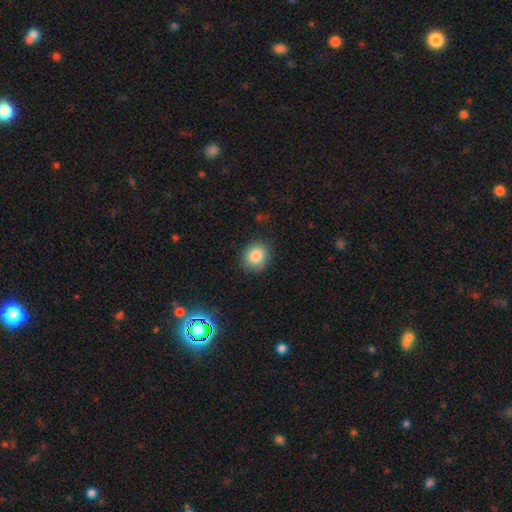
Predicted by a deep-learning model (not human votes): A smooth galaxy with no disk features (85%) that is round (68%).

Vote fractions:
- Smooth or featured? smooth: 85% / star or artifact: 9% / featured or disk: 6%
- How rounded? round: 68% / in between: 31% / cigar-shaped: 1%
- Merging? none: 86% / minor disturbance: 10% / major disturbance: 3% / merger: 1%